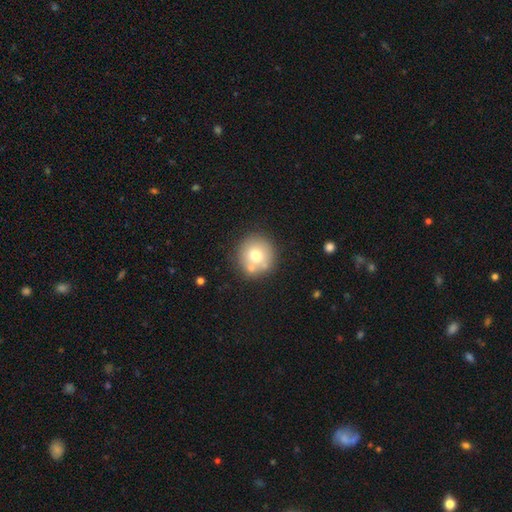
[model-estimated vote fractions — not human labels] smooth 70%, featured or disk 19%, star or artifact 10%. Down the decision tree: how rounded — round (93%); merging — none (70%).